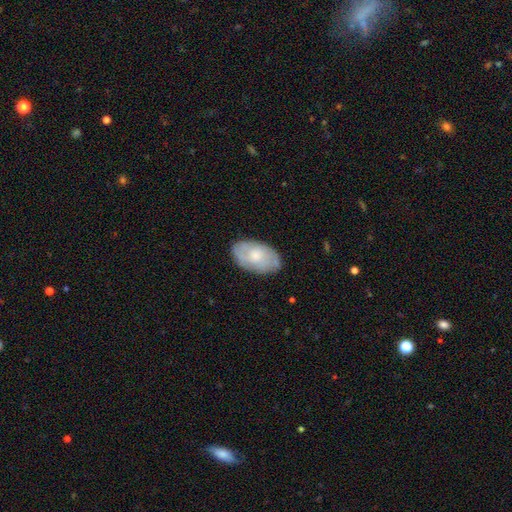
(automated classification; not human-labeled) This appears to be a smooth galaxy with no disk features (49%). Merging: none (79%).